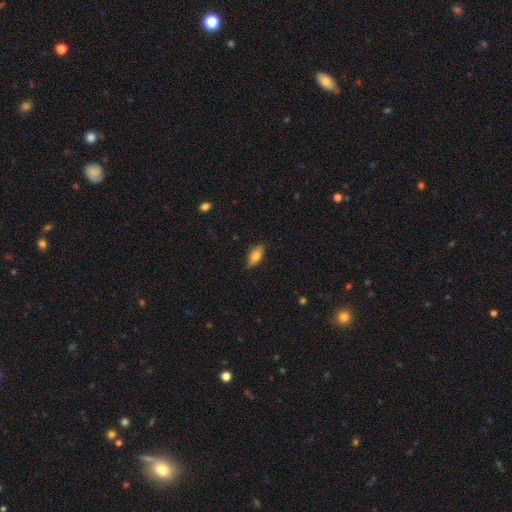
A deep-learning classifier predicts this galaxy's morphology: A smooth galaxy with no disk features (74%) that is in between round and cigar-shaped (85%). Merging: none (81%).